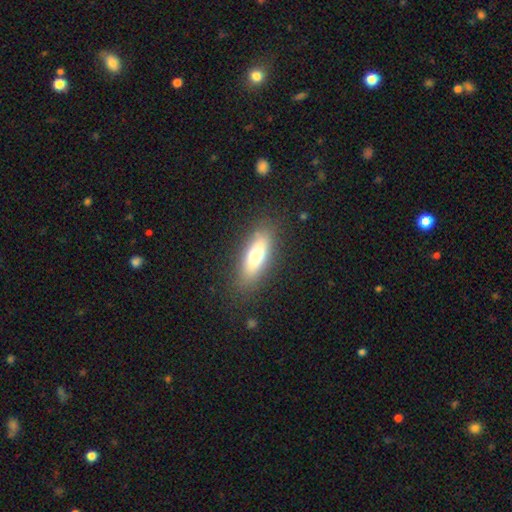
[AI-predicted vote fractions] smooth-or-featured: smooth: 68% | featured or disk: 25% | star or artifact: 8%
  how-rounded: in between: 61% | cigar-shaped: 36% | round: 3%
  merging: none: 84% | minor disturbance: 11% | major disturbance: 4% | merger: 1%